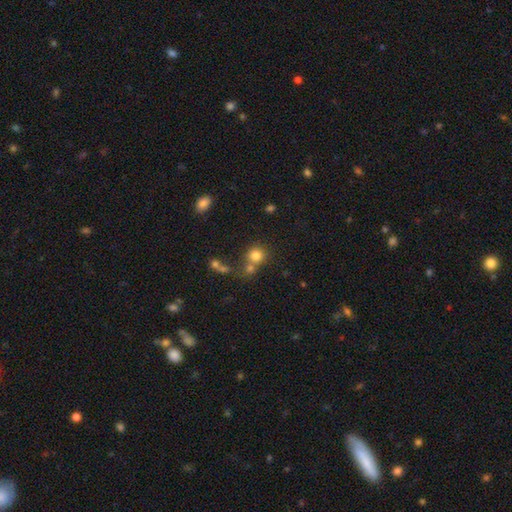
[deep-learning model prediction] A smooth galaxy with no disk features (78%) that is round (87%). Merging: none (50%).